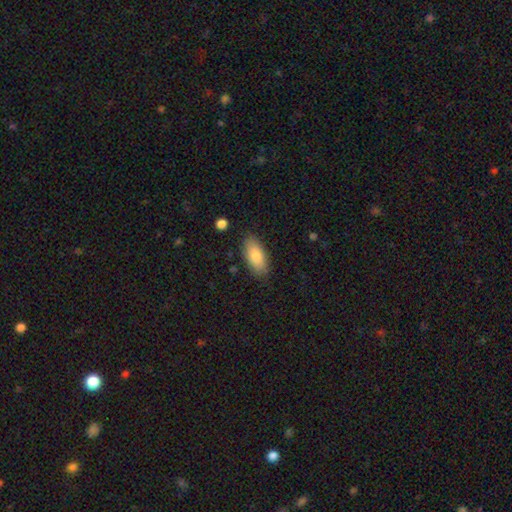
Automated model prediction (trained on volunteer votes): This is clearly a smooth galaxy (84%). How rounded: clearly in between (88%). Merging: clearly none (85%).